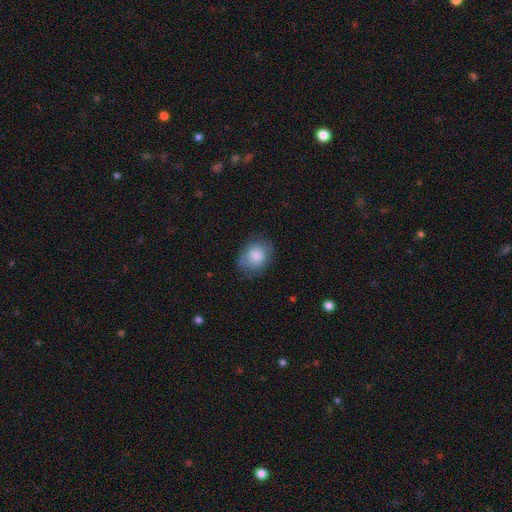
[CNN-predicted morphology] smooth 82%, featured or disk 11%, star or artifact 7%. Down the decision tree: how rounded — in between (50%); merging — none (72%).